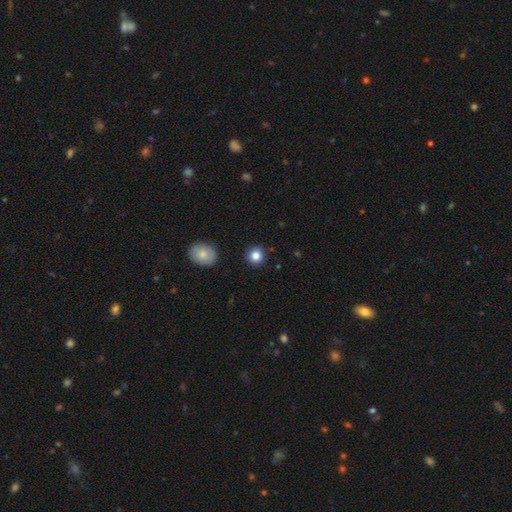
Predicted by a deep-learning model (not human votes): The model was most divided on "smooth or featured": smooth: 85%, star or artifact: 10%, featured or disk: 5%. More confident: how rounded — round (92%); merging — none (91%).